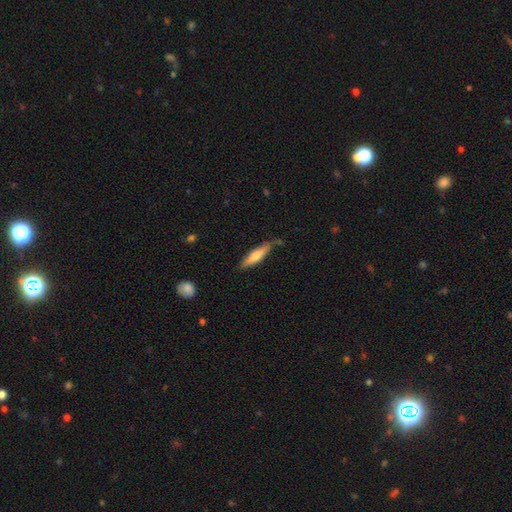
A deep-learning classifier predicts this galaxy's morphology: Smooth or featured? smooth (59%)
How rounded? cigar-shaped (79%)
Merging? none (77%)